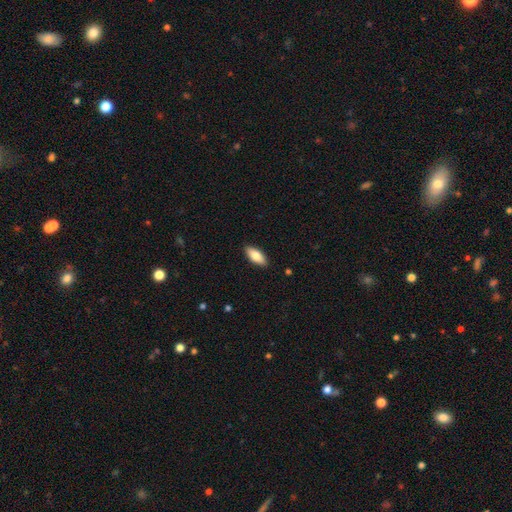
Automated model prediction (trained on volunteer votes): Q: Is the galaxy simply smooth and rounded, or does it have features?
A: smooth — 80%.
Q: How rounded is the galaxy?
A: in between — 83%.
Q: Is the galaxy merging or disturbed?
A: none — 90%.